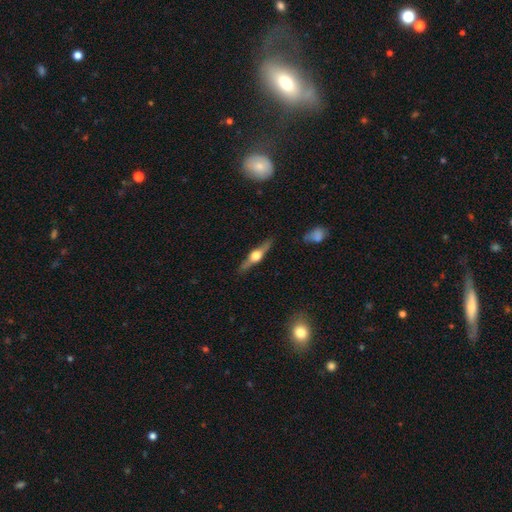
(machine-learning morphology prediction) A featured or disk galaxy (72%) viewed edge-on (97%) with a rounded central bulge (95%).

Vote fractions:
- Smooth or featured? featured or disk: 72% / smooth: 23% / star or artifact: 5%
- Edge-on disk? yes: 97% / no: 3%
- Edge-on bulge? rounded: 95% / boxy: 4% / none: 2%
- Merging? none: 88% / minor disturbance: 9% / major disturbance: 2% / merger: 1%